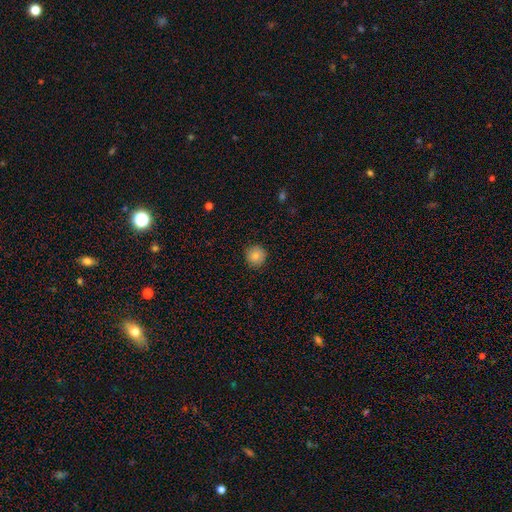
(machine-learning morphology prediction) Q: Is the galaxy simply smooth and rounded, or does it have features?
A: smooth — 82%.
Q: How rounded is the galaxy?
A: round — 95%.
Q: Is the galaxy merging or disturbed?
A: none — 90%.